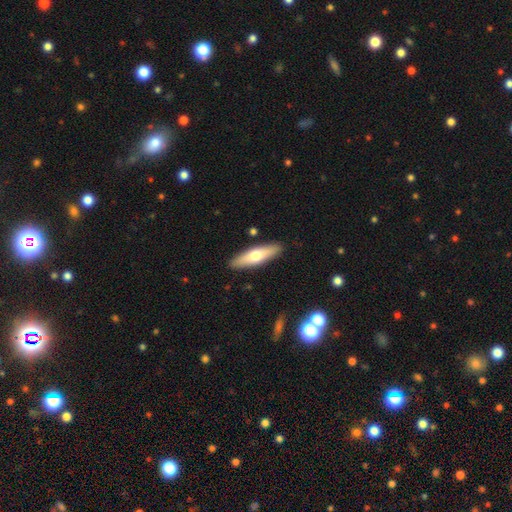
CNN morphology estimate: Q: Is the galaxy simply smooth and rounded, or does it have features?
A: smooth — 58%.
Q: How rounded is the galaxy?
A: cigar-shaped — 61%.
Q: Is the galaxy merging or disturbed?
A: none — 89%.